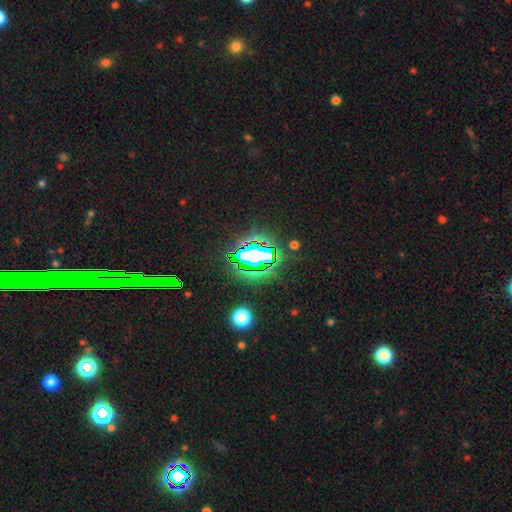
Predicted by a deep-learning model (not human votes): This appears to be a star or artifact, not a galaxy (73%).